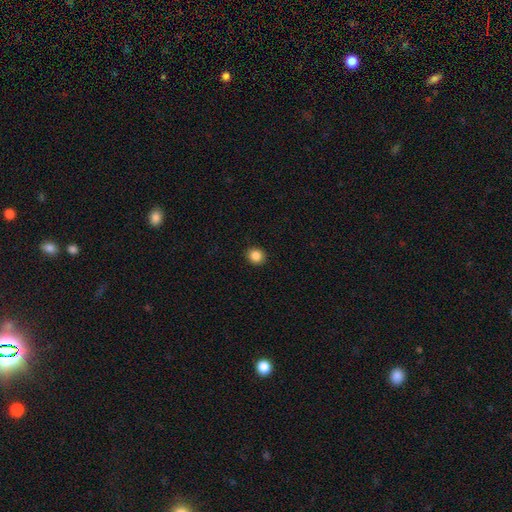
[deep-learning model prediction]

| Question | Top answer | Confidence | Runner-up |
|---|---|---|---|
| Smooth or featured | smooth | 86% | star or artifact (10%) |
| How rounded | round | 83% | in between (16%) |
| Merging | none | 92% | minor disturbance (6%) |